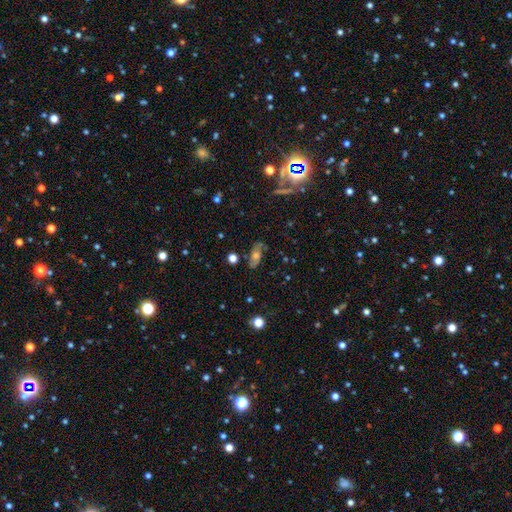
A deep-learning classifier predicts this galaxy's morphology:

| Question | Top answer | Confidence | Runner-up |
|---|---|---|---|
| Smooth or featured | featured or disk | 58% | smooth (26%) |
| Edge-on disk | no | 88% | yes (12%) |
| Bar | no | 69% | weak (24%) |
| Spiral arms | yes | 83% | no (17%) |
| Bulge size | moderate | 58% | small (24%) |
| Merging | none | 71% | minor disturbance (18%) |